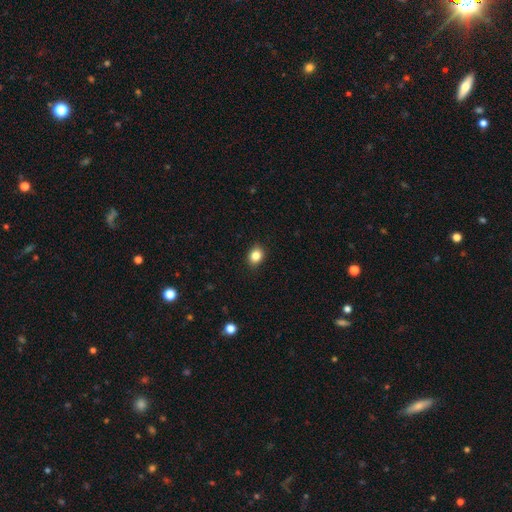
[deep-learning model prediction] This appears to be a smooth galaxy with no disk features (85%) that is round (50%). Merging: none (89%).